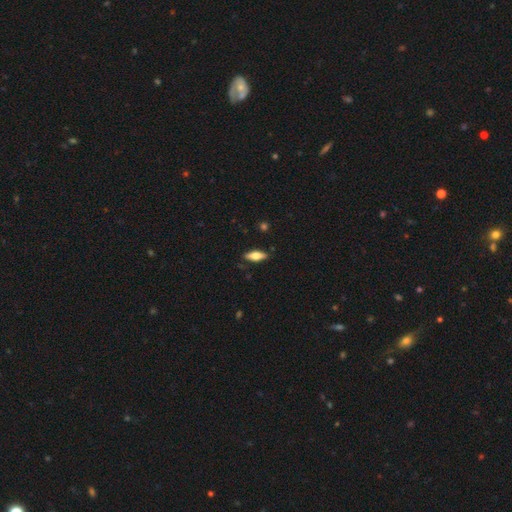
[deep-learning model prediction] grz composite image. It shows a smooth galaxy with no disk features (62%) that is in between round and cigar-shaped (66%). Merging: none (86%).